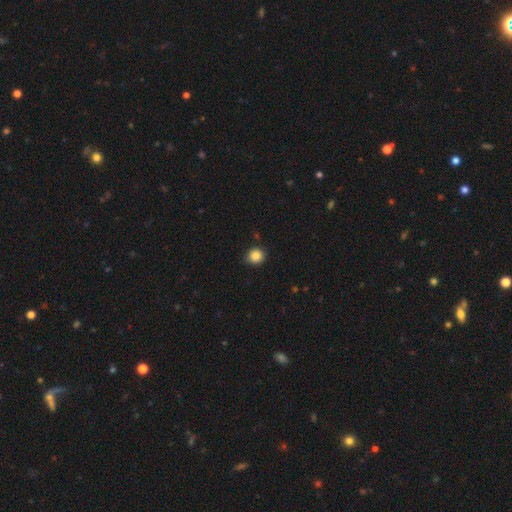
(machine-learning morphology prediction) Smooth or featured?
  - smooth: 86% *
  - star or artifact: 10%
  - featured or disk: 4%
How rounded?
  - round: 90% *
  - in between: 9%
  - cigar-shaped: 1%
Merging?
  - none: 85% *
  - minor disturbance: 11%
  - major disturbance: 2%
  - merger: 2%